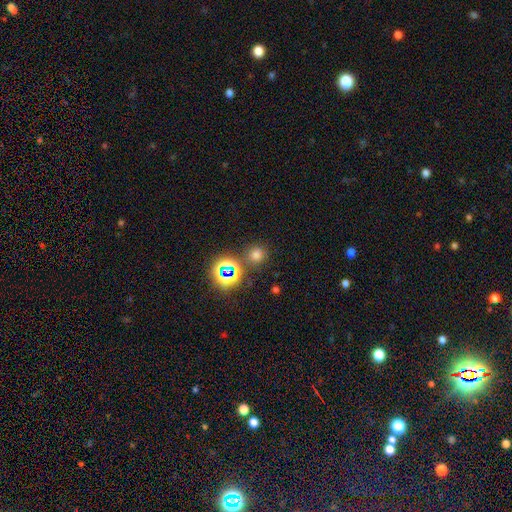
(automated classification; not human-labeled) A smooth galaxy with no disk features (65%) that is round (89%). Merging: none (81%).